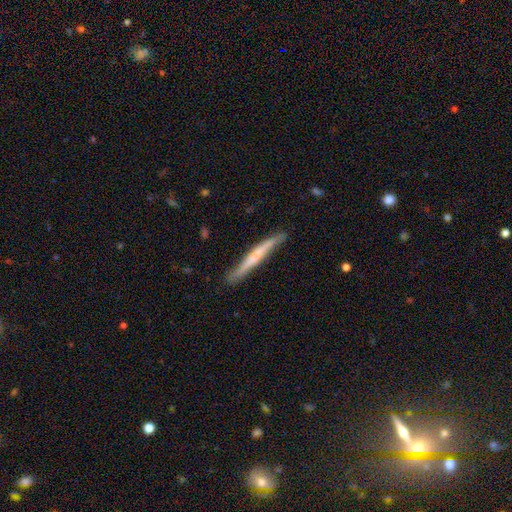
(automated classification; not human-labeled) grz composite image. It shows a featured or disk galaxy (48%). Merging: none (76%).